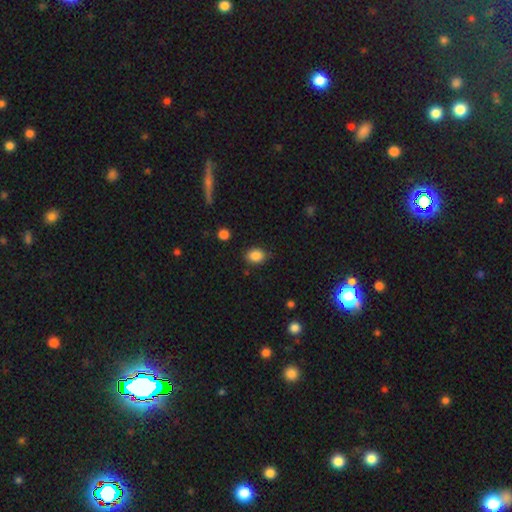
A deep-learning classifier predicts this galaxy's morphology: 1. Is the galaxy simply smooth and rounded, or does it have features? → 86% smooth, 9% star or artifact, 4% featured or disk.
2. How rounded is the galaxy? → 57% in between, 42% round, 1% cigar-shaped.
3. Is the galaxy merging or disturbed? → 84% none, 12% minor disturbance, 3% major disturbance, 2% merger.